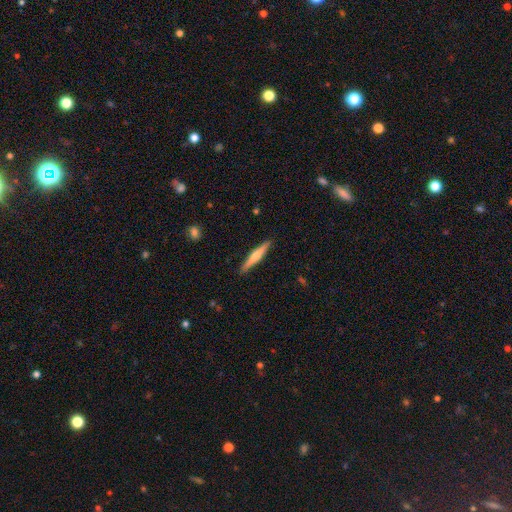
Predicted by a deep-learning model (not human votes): The model was most divided on "smooth or featured": featured or disk: 49%, smooth: 46%, star or artifact: 5%. More confident: merging — none (91%).